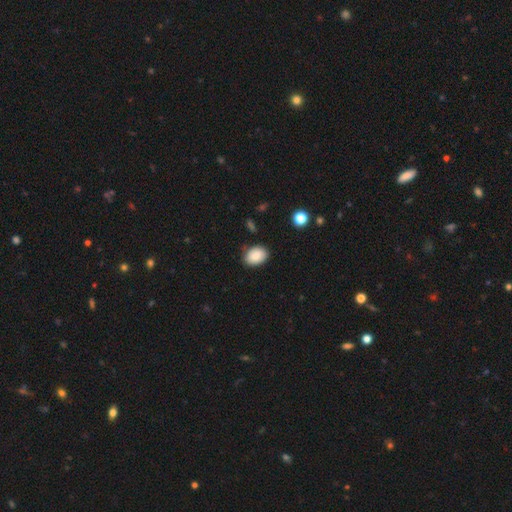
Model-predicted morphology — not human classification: Smooth or featured? smooth (83%)
How rounded? in between (76%)
Merging? none (81%)